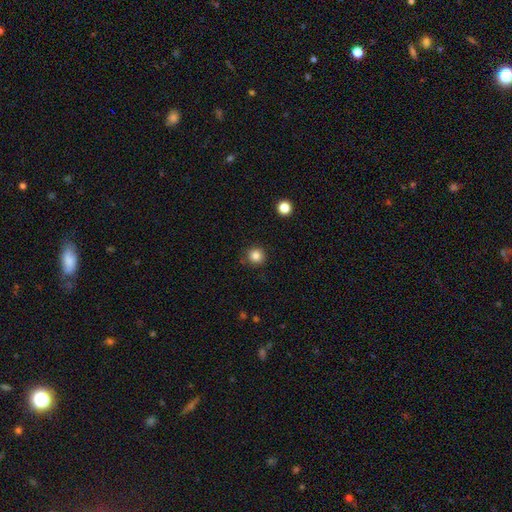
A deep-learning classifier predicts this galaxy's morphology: Q: Smooth or featured?
A: smooth (84%); runner-up: star or artifact (12%)
Q: How rounded?
A: round (95%); runner-up: in between (4%)
Q: Merging?
A: none (88%); runner-up: minor disturbance (8%)